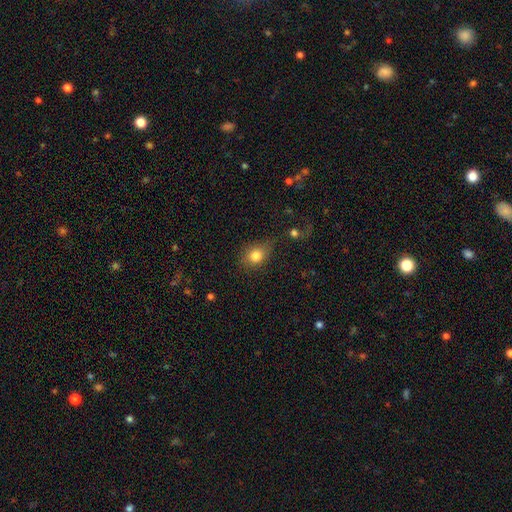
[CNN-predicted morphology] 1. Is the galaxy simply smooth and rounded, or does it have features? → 81% smooth, 11% star or artifact, 8% featured or disk.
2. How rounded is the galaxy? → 59% round, 40% in between, 1% cigar-shaped.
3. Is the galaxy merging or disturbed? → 63% none, 21% minor disturbance, 9% major disturbance, 6% merger.